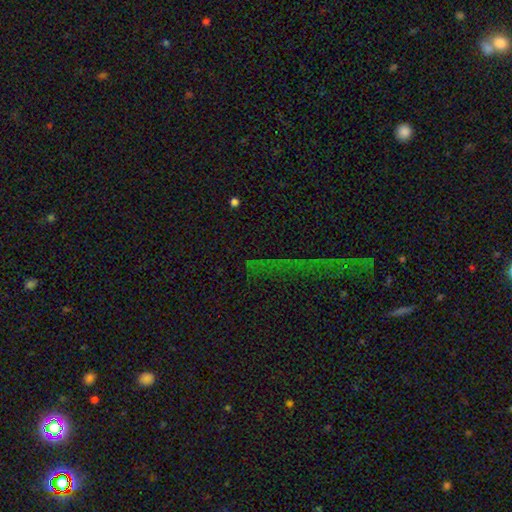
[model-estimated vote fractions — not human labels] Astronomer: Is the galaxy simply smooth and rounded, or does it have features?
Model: star or artifact — 78%.